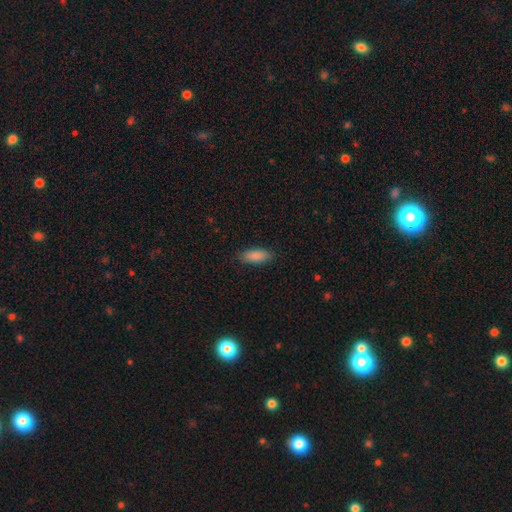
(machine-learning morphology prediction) type=smooth (89%); roundness=in between (80%); merging=none (86%).